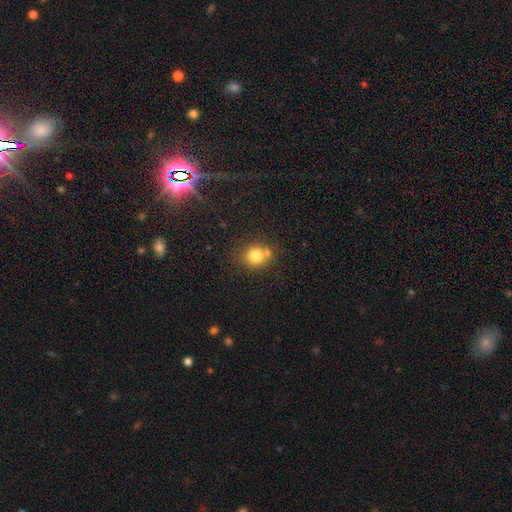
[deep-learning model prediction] Q: Smooth or featured?
A: smooth (79%); runner-up: star or artifact (11%)
Q: How rounded?
A: round (78%); runner-up: in between (21%)
Q: Merging?
A: none (59%); runner-up: merger (24%)